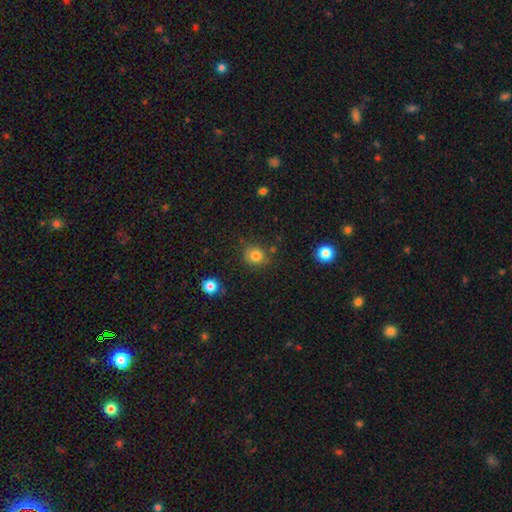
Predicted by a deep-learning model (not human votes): This appears to be a smooth galaxy with no disk features (82%) that is round (81%). Merging: none (81%).